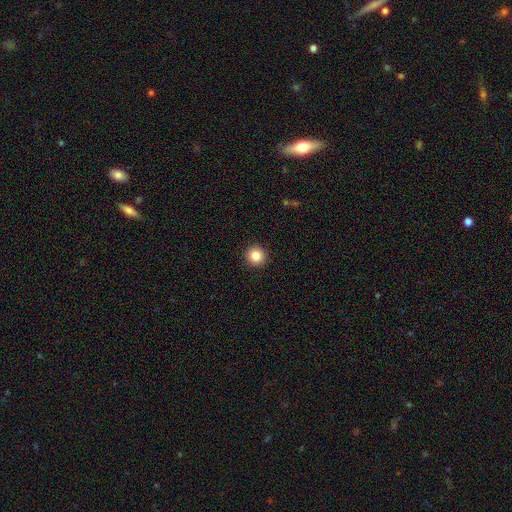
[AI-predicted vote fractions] Smooth or featured?
  - smooth: 84% *
  - star or artifact: 10%
  - featured or disk: 6%
How rounded?
  - round: 95% *
  - in between: 4%
  - cigar-shaped: 1%
Merging?
  - none: 93% *
  - minor disturbance: 5%
  - major disturbance: 2%
  - merger: 1%